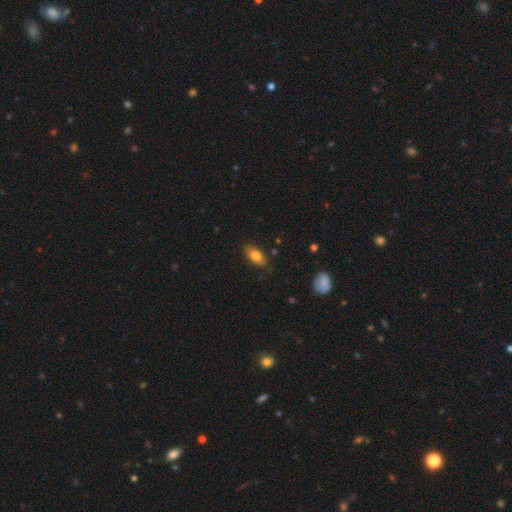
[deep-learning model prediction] This appears to be a smooth galaxy with no disk features (80%) that is in between round and cigar-shaped (88%). Merging: none (80%).